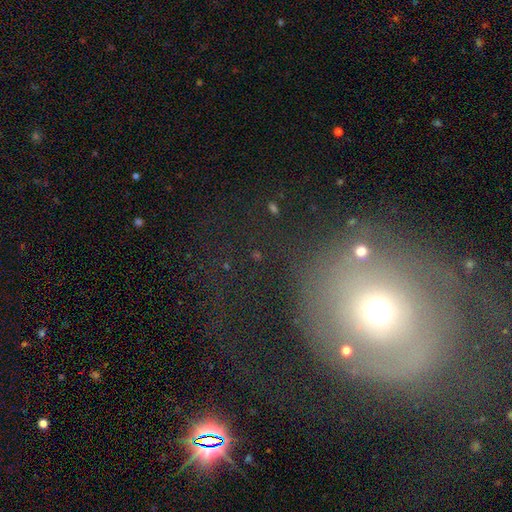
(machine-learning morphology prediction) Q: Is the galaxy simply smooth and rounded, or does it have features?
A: smooth — 42%.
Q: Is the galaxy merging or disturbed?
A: none — 50%.